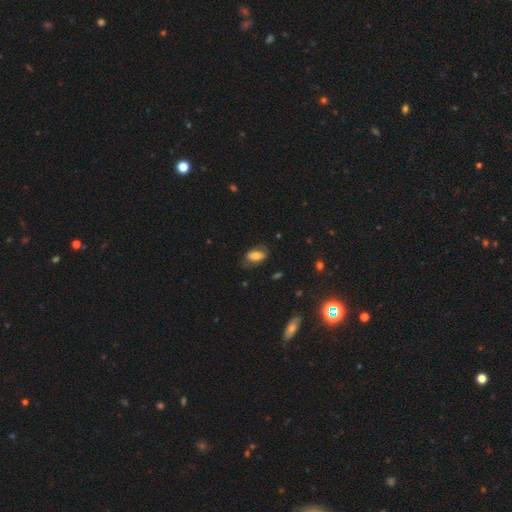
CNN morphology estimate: Smooth or featured?
  - smooth: 60% *
  - featured or disk: 31%
  - star or artifact: 8%
How rounded?
  - in between: 90% *
  - round: 6%
  - cigar-shaped: 5%
Merging?
  - none: 66% *
  - minor disturbance: 22%
  - major disturbance: 10%
  - merger: 2%